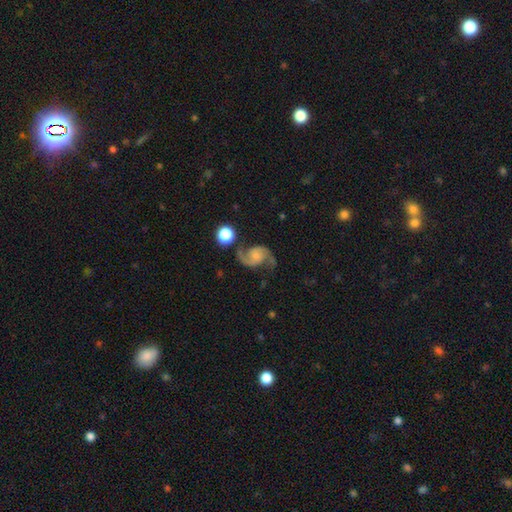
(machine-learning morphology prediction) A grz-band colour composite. It shows a featured or disk galaxy (85%) with no bar (60%), 2 (94%) loose (56%) spiral arms (97%) and no central bulge (38%). Merging: none (68%).